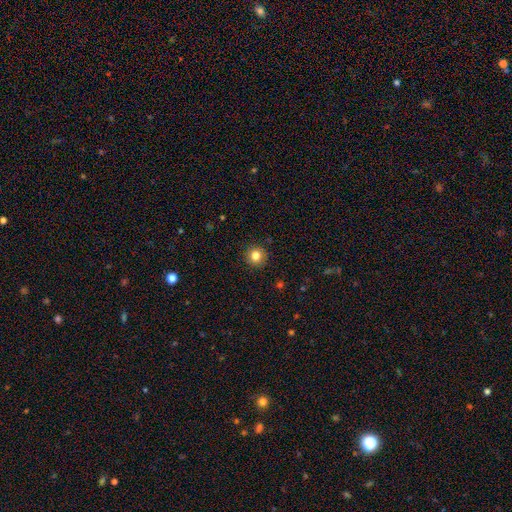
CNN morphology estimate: Smooth or featured: smooth — 83% (star or artifact — 11%)
How rounded: round — 94% (in between — 5%)
Merging: none — 92% (minor disturbance — 5%)